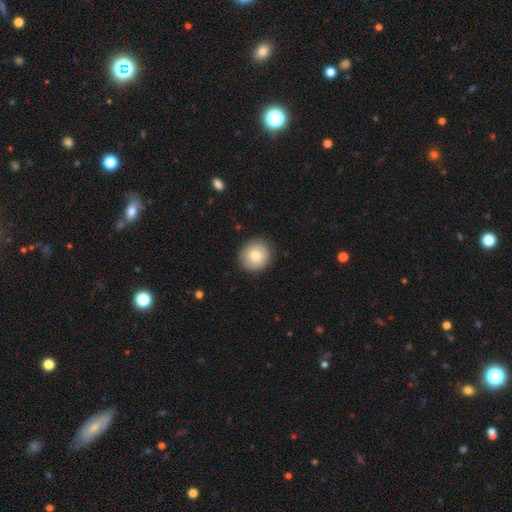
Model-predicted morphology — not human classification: Smooth or featured: smooth — 80% (featured or disk — 11%)
How rounded: round — 91% (in between — 8%)
Merging: none — 90% (minor disturbance — 7%)